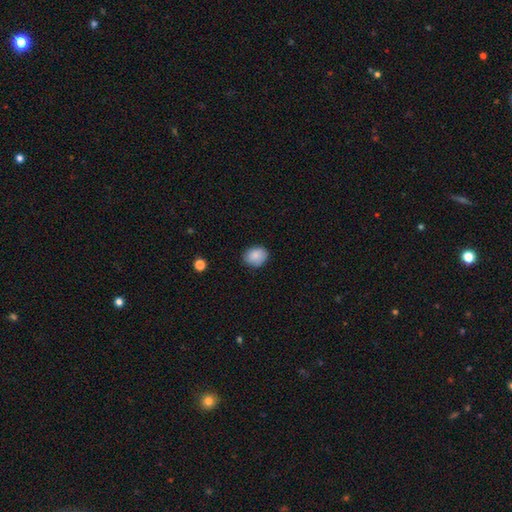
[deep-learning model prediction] smooth 86%, star or artifact 8%, featured or disk 6%. Down the decision tree: how rounded — in between (54%); merging — none (80%).